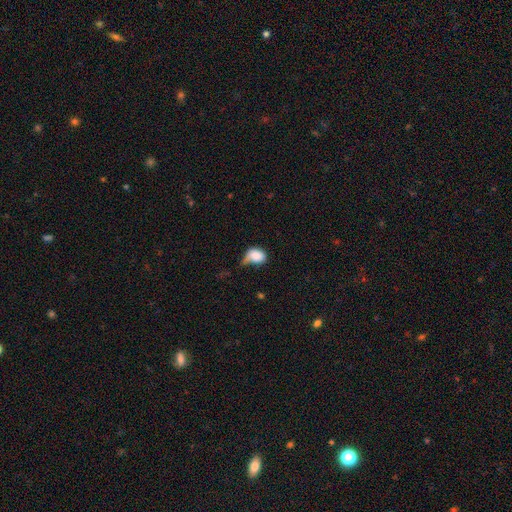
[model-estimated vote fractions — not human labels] A smooth galaxy with no disk features (82%) that is in between round and cigar-shaped (65%). Merging: minor disturbance (37%).